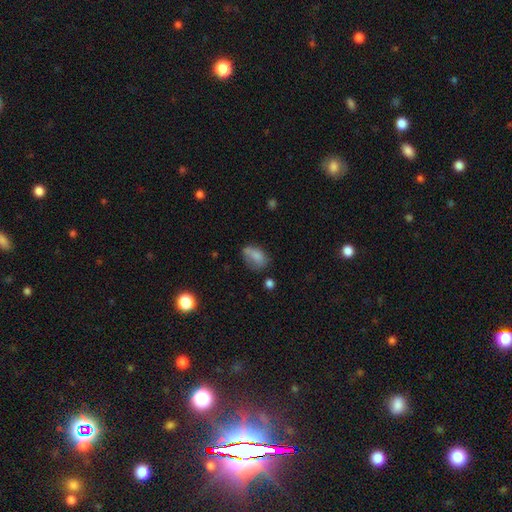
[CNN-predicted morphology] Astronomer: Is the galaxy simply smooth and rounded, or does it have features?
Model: smooth — 76%.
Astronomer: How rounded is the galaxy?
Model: in between — 81%.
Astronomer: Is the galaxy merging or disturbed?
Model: none — 44% (runner-up: minor disturbance, 30%).